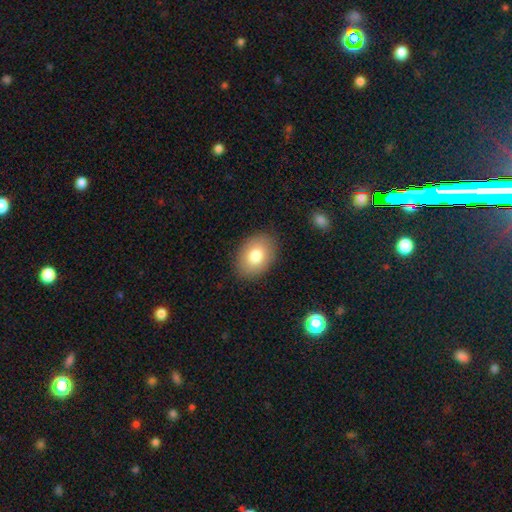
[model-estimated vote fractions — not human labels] This appears to be a smooth galaxy with no disk features (81%) that is in between round and cigar-shaped (78%). Merging: none (87%).